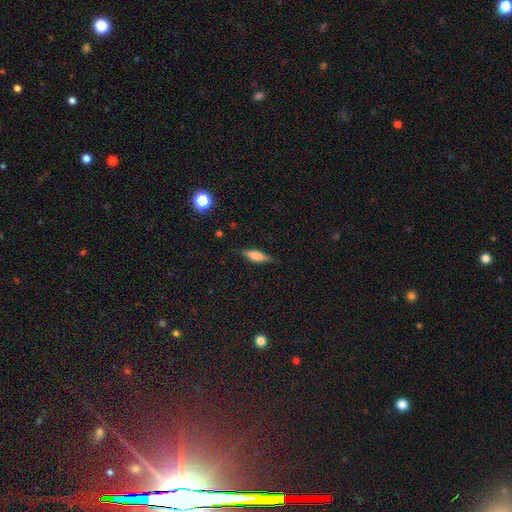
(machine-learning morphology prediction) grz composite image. It shows a smooth galaxy with no disk features (55%) that is cigar-shaped (66%). Merging: none (84%).